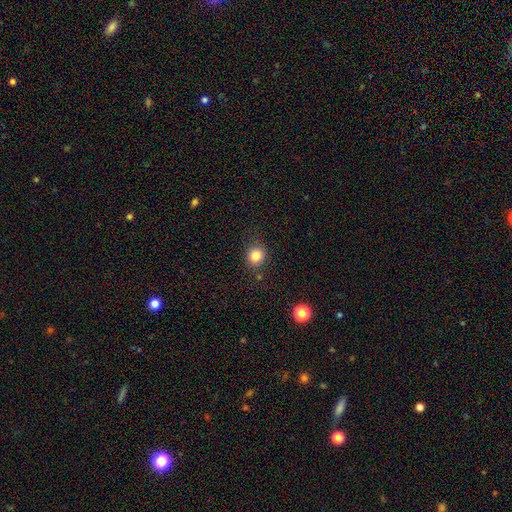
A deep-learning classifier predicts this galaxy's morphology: The model was most divided on "how rounded": round: 83%, in between: 16%, cigar-shaped: 1%. More confident: smooth or featured — smooth (83%); merging — none (83%).